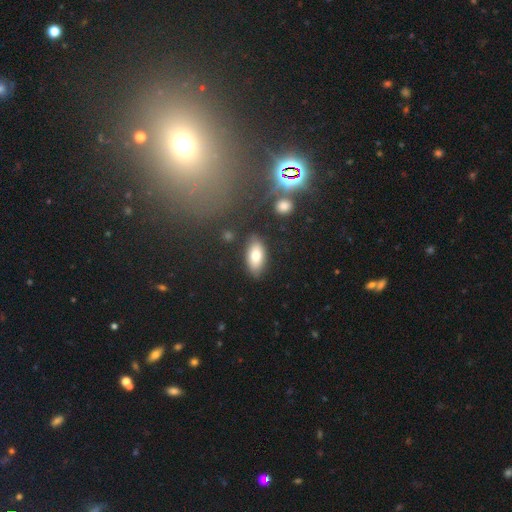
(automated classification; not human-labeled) Overall: smooth (78%). How rounded: in between (91%). Merging: none (84%).